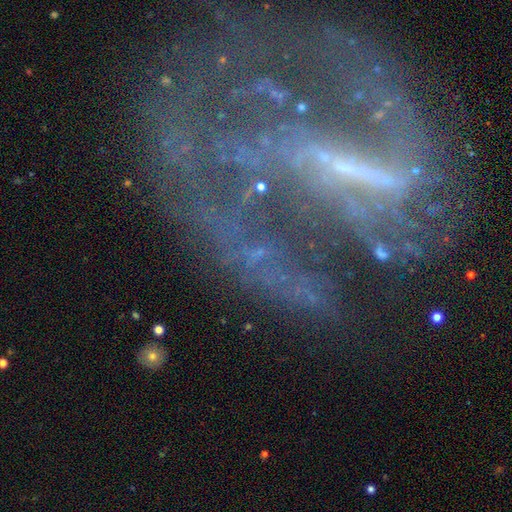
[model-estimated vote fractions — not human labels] Smooth or featured: featured or disk — 80% (star or artifact — 13%)
Edge-on disk: no — 93% (yes — 7%)
Bar: strong — 57% (weak — 27%)
Spiral arms: yes — 76% (no — 24%)
Spiral winding: loose — 49% (medium — 33%)
Spiral arm count: 2 — 53% (can't tell — 20%)
Bulge size: small — 44% (none — 38%)
Merging: none — 42% (major disturbance — 36%)